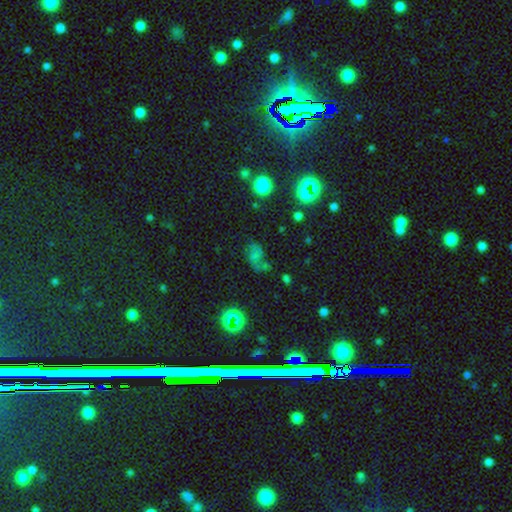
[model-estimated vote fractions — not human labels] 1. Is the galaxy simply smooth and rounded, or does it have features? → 40% smooth, 31% featured or disk, 30% star or artifact.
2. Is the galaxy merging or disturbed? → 47% none, 23% minor disturbance, 20% major disturbance, 9% merger.